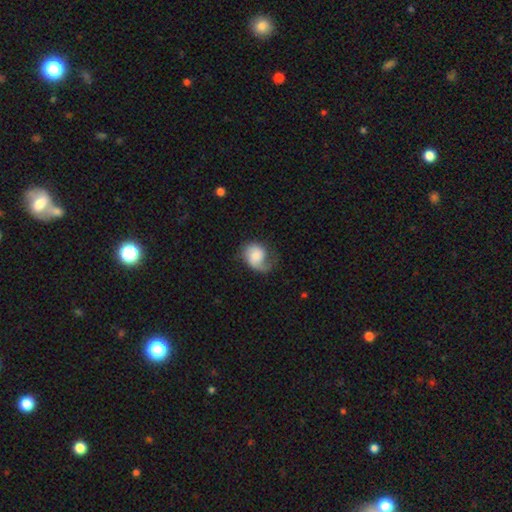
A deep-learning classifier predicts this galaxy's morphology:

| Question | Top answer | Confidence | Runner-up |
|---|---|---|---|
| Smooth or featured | smooth | 48% | featured or disk (44%) |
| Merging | none | 40% | minor disturbance (30%) |